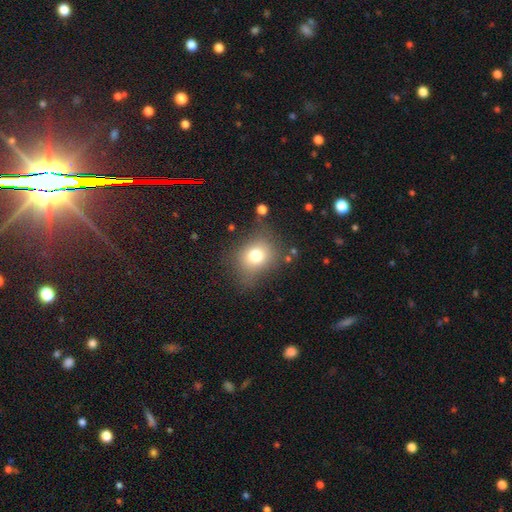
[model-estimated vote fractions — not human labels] The model was most divided on "how rounded": round: 60%, in between: 39%, cigar-shaped: 1%. More confident: smooth or featured — smooth (73%); merging — none (69%).